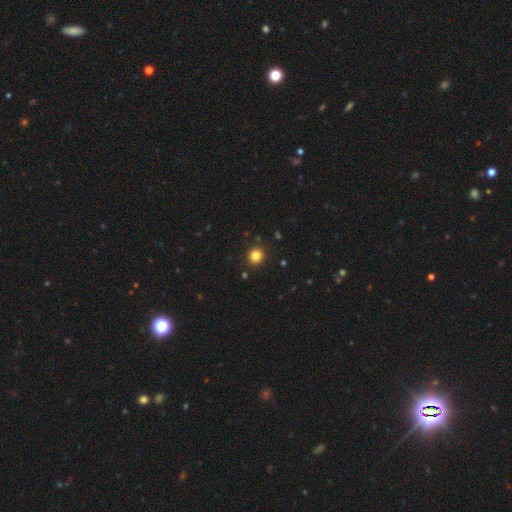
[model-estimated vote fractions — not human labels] This is clearly a smooth galaxy (82%). How rounded: clearly round (92%). Merging: clearly none (91%).